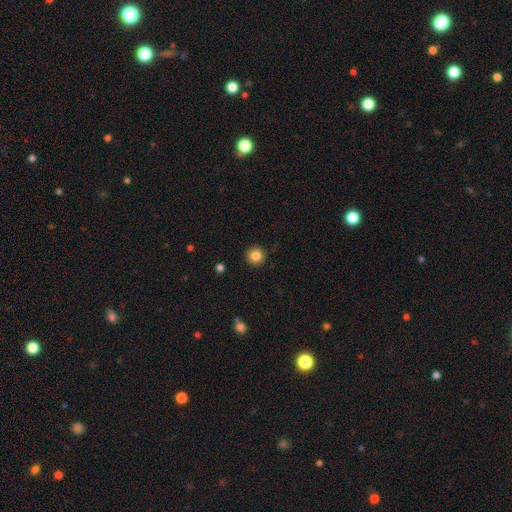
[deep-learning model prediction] Q: Smooth or featured?
A: smooth (84%); runner-up: star or artifact (10%)
Q: How rounded?
A: round (95%); runner-up: in between (4%)
Q: Merging?
A: none (92%); runner-up: minor disturbance (5%)